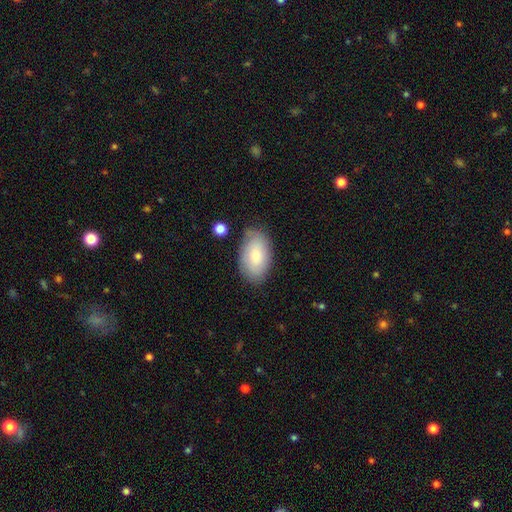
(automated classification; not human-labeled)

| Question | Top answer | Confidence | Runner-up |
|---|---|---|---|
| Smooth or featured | smooth | 77% | featured or disk (17%) |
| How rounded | in between | 94% | round (4%) |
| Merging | none | 75% | minor disturbance (18%) |